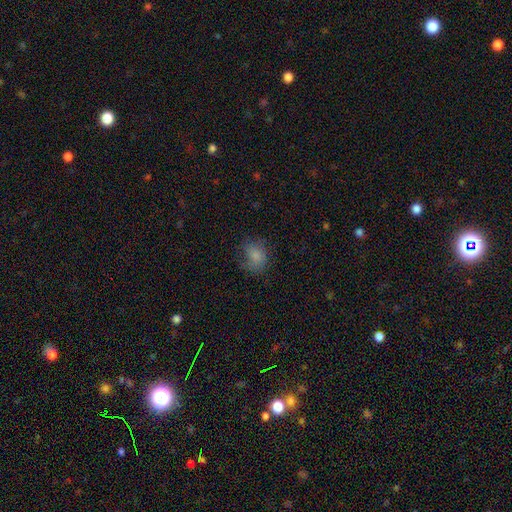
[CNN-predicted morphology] A smooth galaxy with no disk features (78%) that is in between round and cigar-shaped (50%).

Vote fractions:
- Smooth or featured? smooth: 78% / featured or disk: 11% / star or artifact: 11%
- How rounded? in between: 50% / round: 49% / cigar-shaped: 1%
- Merging? none: 58% / minor disturbance: 26% / major disturbance: 15% / merger: 2%